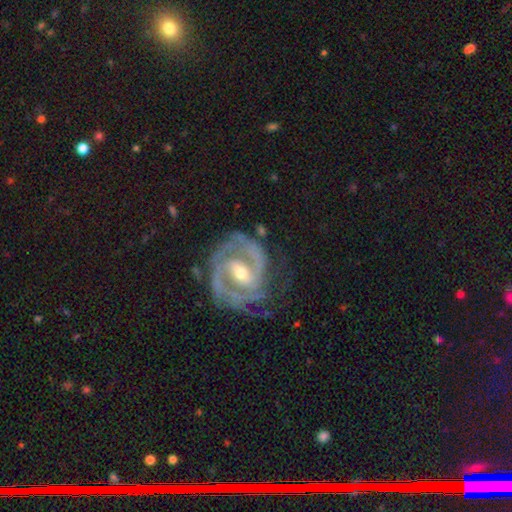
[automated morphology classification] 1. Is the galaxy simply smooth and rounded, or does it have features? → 89% featured or disk, 6% star or artifact, 5% smooth.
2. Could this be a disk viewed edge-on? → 97% no, 3% yes.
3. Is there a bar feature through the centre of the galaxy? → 42% weak, 39% strong, 19% no.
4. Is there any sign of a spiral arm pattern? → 97% yes, 3% no.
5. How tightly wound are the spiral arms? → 57% tight, 37% medium, 7% loose.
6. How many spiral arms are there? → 67% 2, 14% 3, 9% can't tell, 4% 1, 3% 4, 3% more than 4.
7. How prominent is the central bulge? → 60% moderate, 35% small, 3% large, 1% none, 1% dominant.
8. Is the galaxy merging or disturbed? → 72% none, 18% minor disturbance, 8% major disturbance, 2% merger.